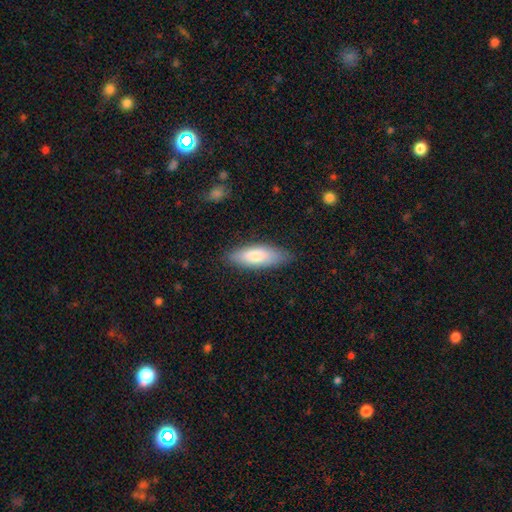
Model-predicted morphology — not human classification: Q: Smooth or featured?
A: smooth (75%); runner-up: featured or disk (20%)
Q: How rounded?
A: in between (62%); runner-up: cigar-shaped (36%)
Q: Merging?
A: none (82%); runner-up: minor disturbance (14%)